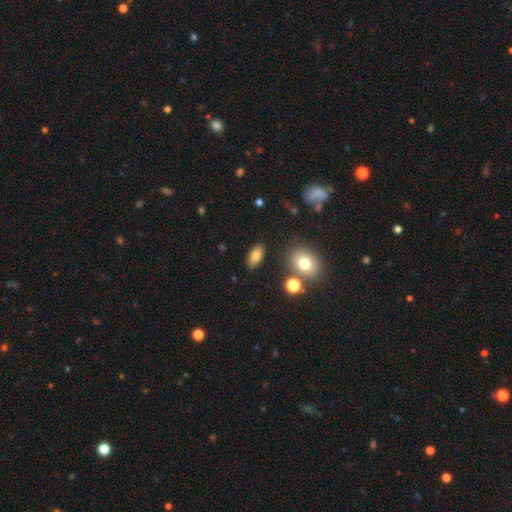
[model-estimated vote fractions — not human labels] Morphology: type=smooth (81%); roundness=in between (90%); merging=none (85%).